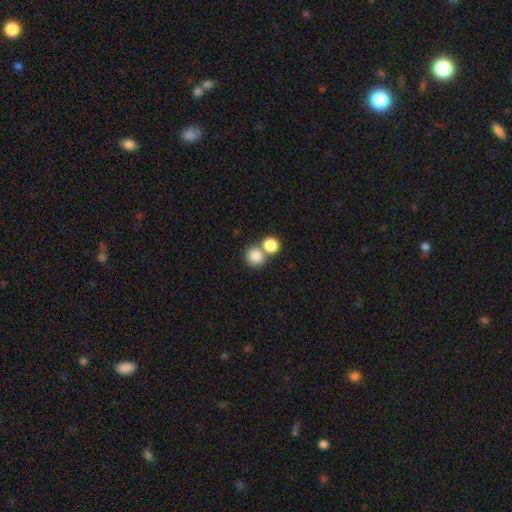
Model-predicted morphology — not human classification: Smooth or featured? smooth (83%)
How rounded? round (88%)
Merging? none (54%)